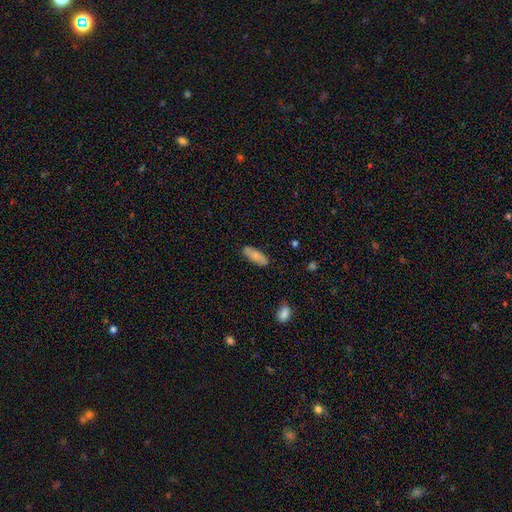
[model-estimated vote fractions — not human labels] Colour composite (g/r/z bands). It shows a smooth galaxy with no disk features (77%) that is in between round and cigar-shaped (73%). Merging: none (84%).